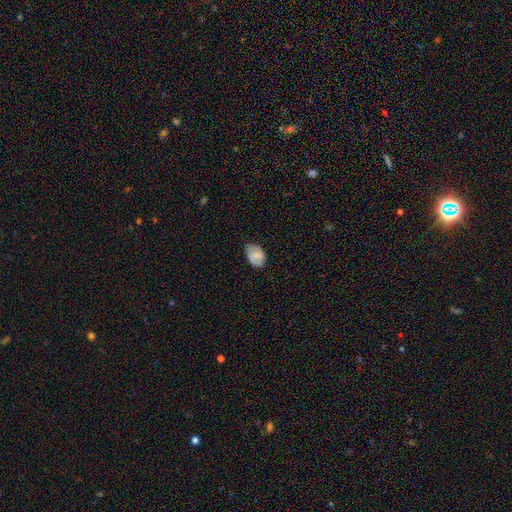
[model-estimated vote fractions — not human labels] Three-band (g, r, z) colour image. It shows a smooth galaxy with no disk features (73%) that is in between round and cigar-shaped (84%). Merging: none (65%).